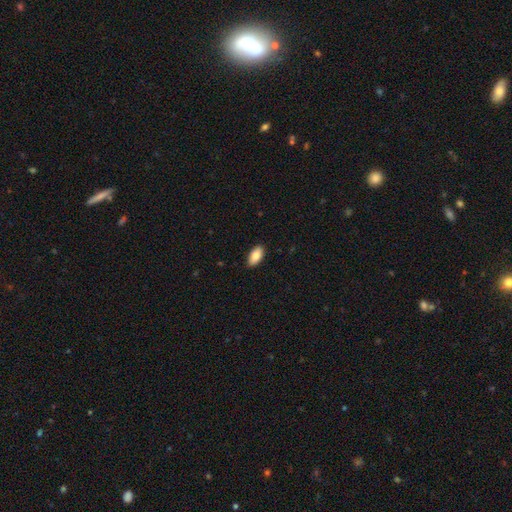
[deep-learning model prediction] A smooth galaxy with no disk features (85%) that is in between round and cigar-shaped (91%).

Vote fractions:
- Smooth or featured? smooth: 85% / featured or disk: 8% / star or artifact: 6%
- How rounded? in between: 91% / cigar-shaped: 7% / round: 2%
- Merging? none: 89% / minor disturbance: 8% / major disturbance: 2% / merger: 1%